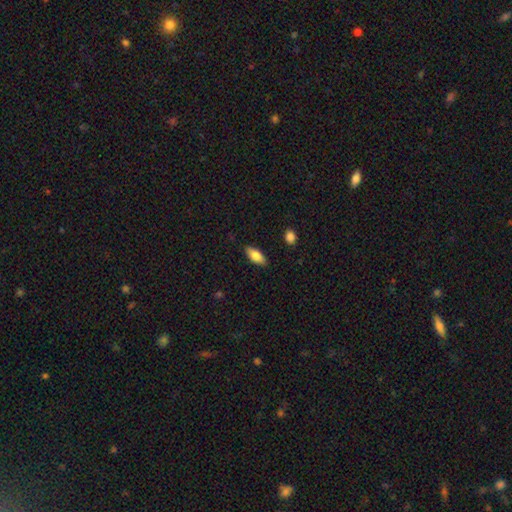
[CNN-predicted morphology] The model was most divided on "smooth or featured": smooth: 77%, featured or disk: 17%, star or artifact: 6%. More confident: merging — none (87%); how rounded — in between (82%).